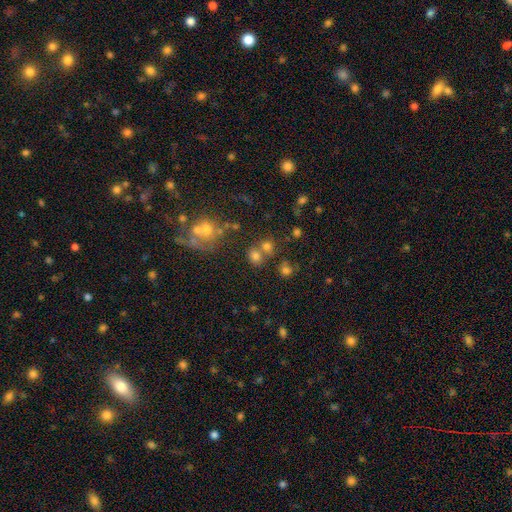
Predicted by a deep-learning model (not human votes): Smooth or featured?
  - smooth: 70% *
  - star or artifact: 18%
  - featured or disk: 11%
How rounded?
  - round: 69% *
  - in between: 29%
  - cigar-shaped: 1%
Merging?
  - none: 53% *
  - merger: 32%
  - minor disturbance: 10%
  - major disturbance: 5%